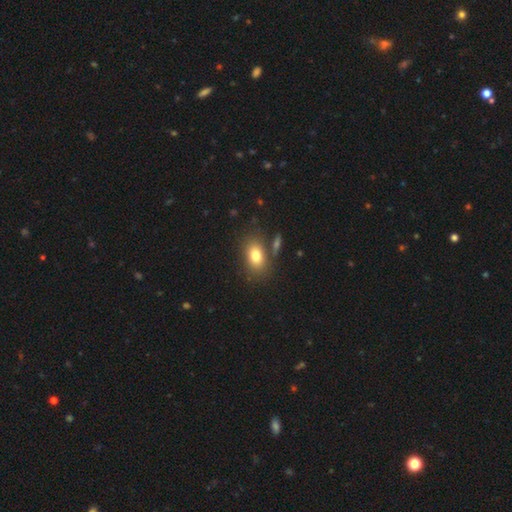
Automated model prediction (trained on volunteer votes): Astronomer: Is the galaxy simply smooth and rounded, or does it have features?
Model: smooth — 79%.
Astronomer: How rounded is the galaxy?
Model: in between — 80%.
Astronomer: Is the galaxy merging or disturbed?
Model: none — 75%.